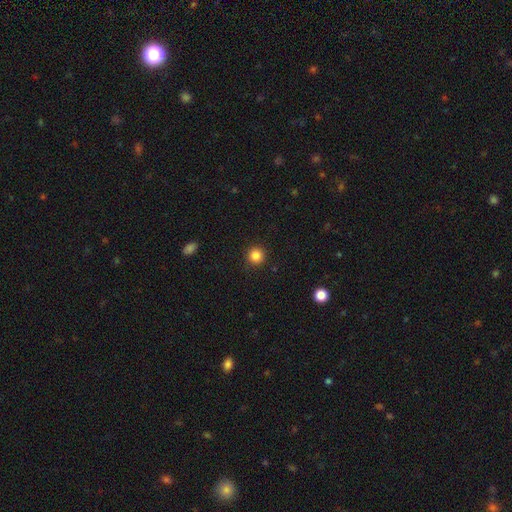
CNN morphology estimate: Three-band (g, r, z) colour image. It shows a smooth galaxy with no disk features (85%) that is round (95%). Merging: none (92%).